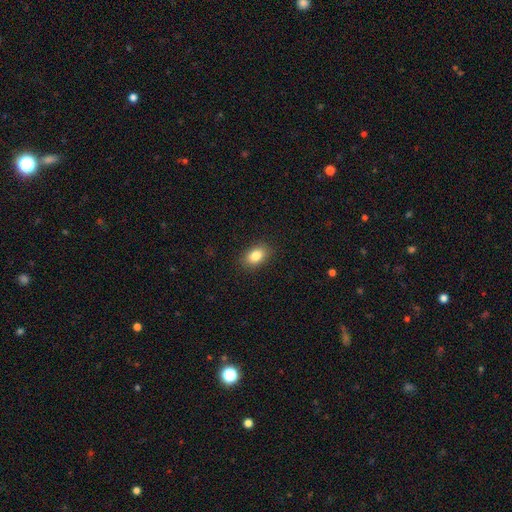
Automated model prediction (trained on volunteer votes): Smooth or featured? smooth (85%)
How rounded? in between (82%)
Merging? none (88%)